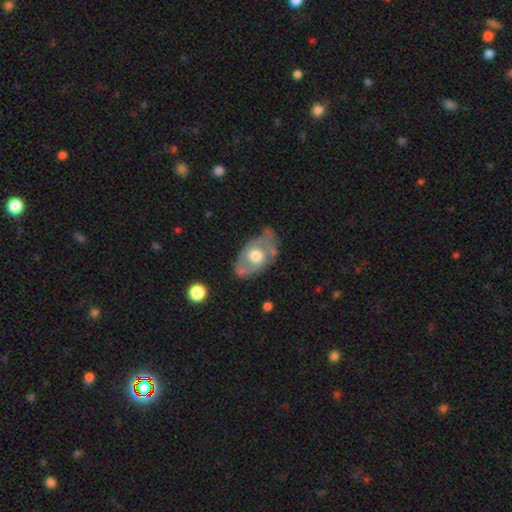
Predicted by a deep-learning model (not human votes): Smooth or featured?
  - featured or disk: 56% *
  - smooth: 39%
  - star or artifact: 5%
Edge-on disk?
  - no: 89% *
  - yes: 11%
Merging?
  - none: 57% *
  - minor disturbance: 28%
  - major disturbance: 11%
  - merger: 5%